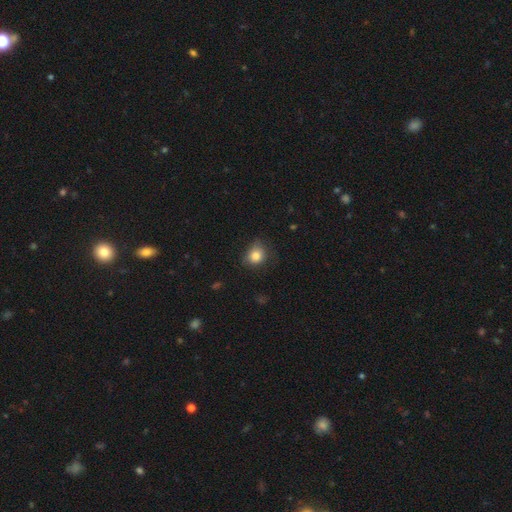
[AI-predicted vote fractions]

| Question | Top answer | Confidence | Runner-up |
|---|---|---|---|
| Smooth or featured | smooth | 82% | star or artifact (10%) |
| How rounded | round | 63% | in between (36%) |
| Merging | none | 67% | minor disturbance (25%) |